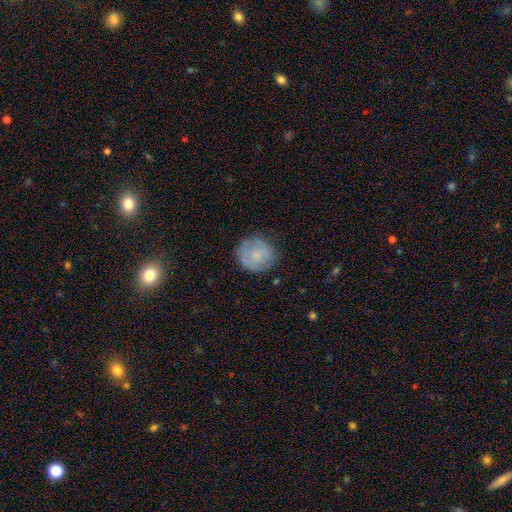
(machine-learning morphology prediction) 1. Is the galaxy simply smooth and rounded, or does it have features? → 65% smooth, 27% featured or disk, 8% star or artifact.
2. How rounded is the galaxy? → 89% round, 10% in between, 1% cigar-shaped.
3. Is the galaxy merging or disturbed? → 76% none, 18% minor disturbance, 5% major disturbance, 1% merger.